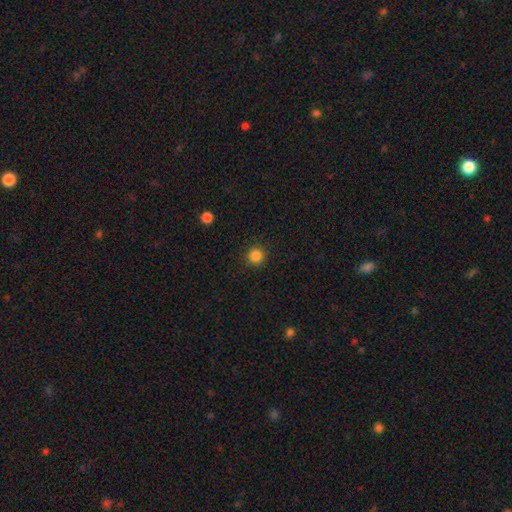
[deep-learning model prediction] Smooth or featured? Predicted: smooth (p=0.84). How rounded? Predicted: round (p=0.94). Merging? Predicted: none (p=0.91).